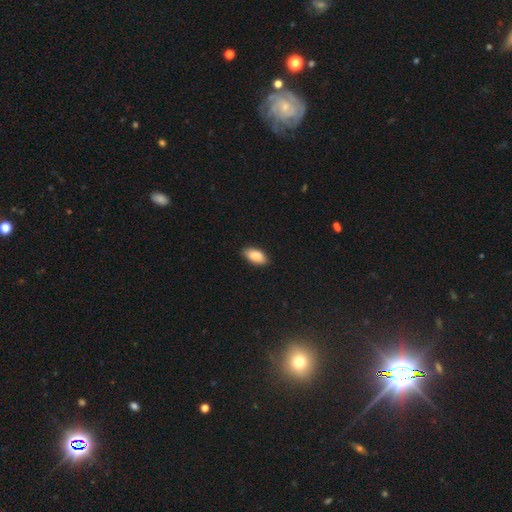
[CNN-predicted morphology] Smooth or featured? smooth (89%)
How rounded? in between (93%)
Merging? none (87%)